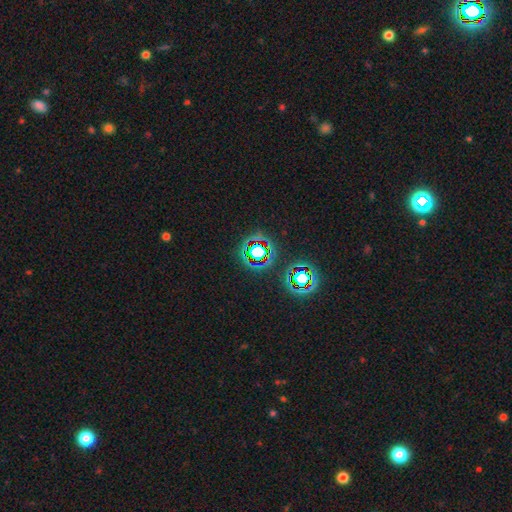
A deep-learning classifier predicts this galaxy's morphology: smooth-or-featured: star or artifact: 66% | smooth: 21% | featured or disk: 14%